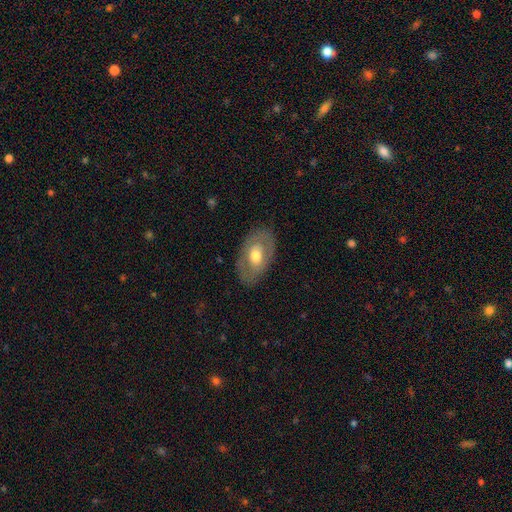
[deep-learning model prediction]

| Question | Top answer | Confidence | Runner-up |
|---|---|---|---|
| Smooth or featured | smooth | 49% | featured or disk (45%) |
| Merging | none | 81% | minor disturbance (13%) |